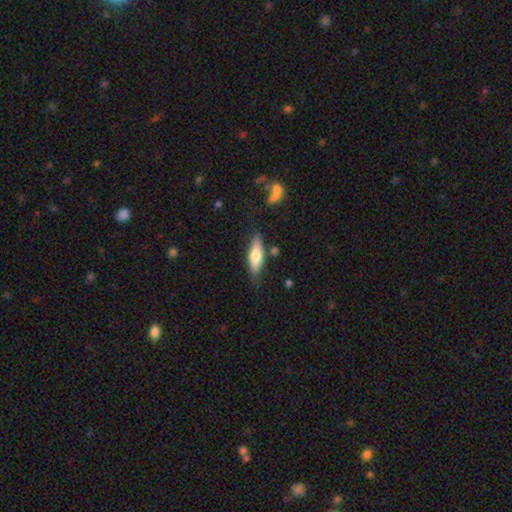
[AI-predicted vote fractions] Smooth or featured: smooth — 68% (featured or disk — 27%)
How rounded: in between — 52% (cigar-shaped — 46%)
Merging: none — 76% (minor disturbance — 16%)